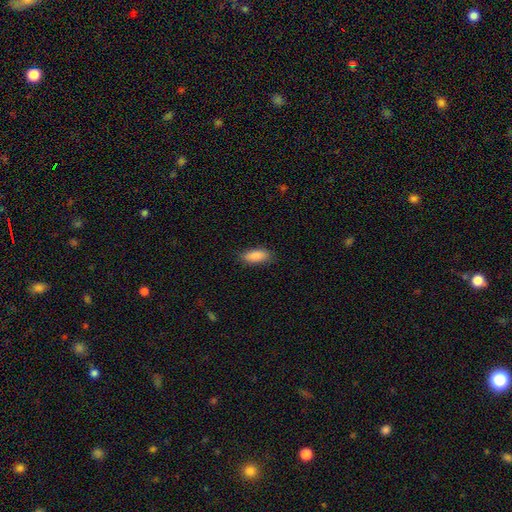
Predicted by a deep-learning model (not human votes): Smooth or featured? smooth (88%)
How rounded? in between (83%)
Merging? none (83%)